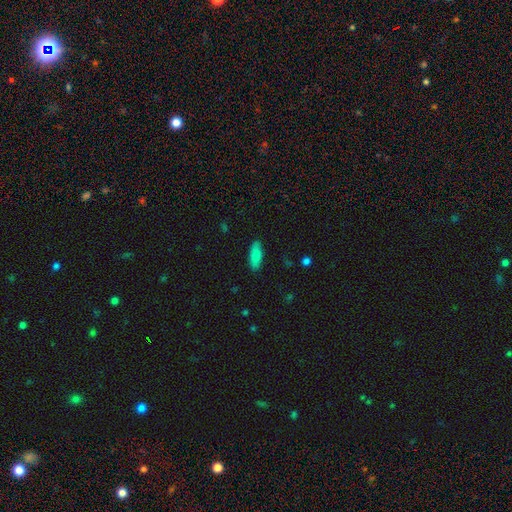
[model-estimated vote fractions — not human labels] This is clearly a smooth galaxy (86%). How rounded: likely in between (72%). Merging: clearly none (86%).